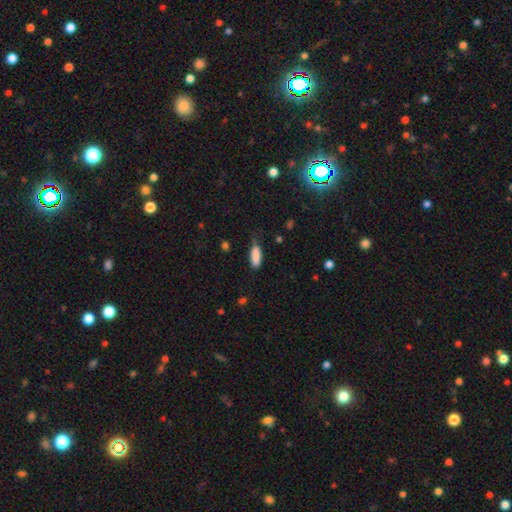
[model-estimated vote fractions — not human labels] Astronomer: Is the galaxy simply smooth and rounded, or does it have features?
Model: smooth — 87%.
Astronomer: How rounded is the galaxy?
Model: in between — 68%.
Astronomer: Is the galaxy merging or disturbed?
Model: none — 62%.